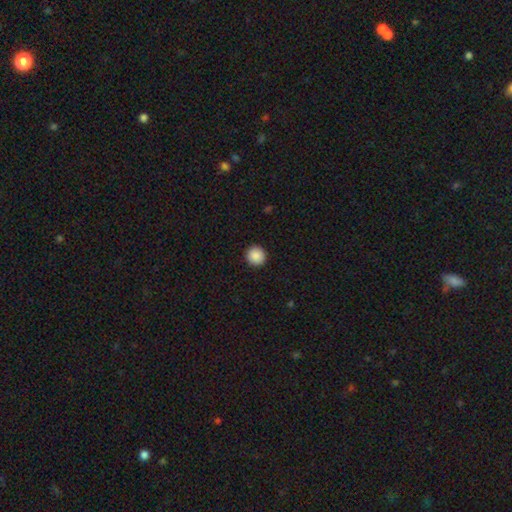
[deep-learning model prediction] A smooth galaxy with no disk features (89%) that is round (95%).

Vote fractions:
- Smooth or featured? smooth: 89% / star or artifact: 9% / featured or disk: 3%
- How rounded? round: 95% / in between: 4% / cigar-shaped: 1%
- Merging? none: 93% / minor disturbance: 4% / major disturbance: 2% / merger: 1%